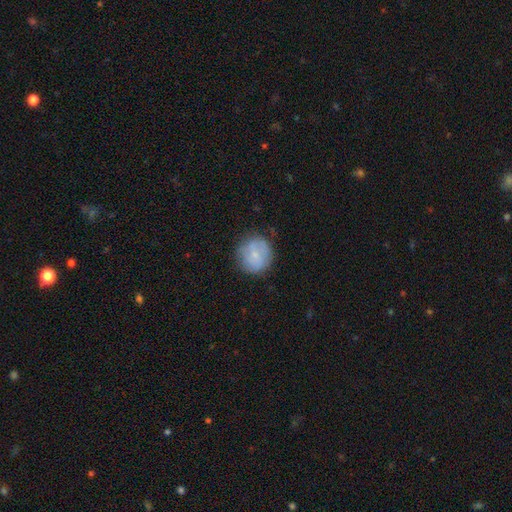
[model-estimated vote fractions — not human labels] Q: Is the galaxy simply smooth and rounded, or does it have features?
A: smooth — 63%.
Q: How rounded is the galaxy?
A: round — 91%.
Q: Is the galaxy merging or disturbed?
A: none — 78%.